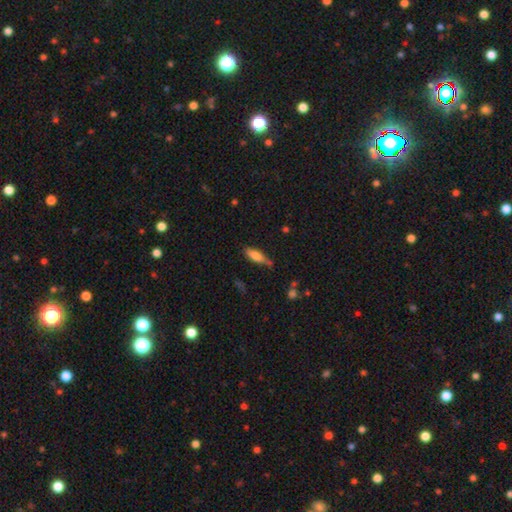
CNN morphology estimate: The model was most divided on "how rounded" (2-way tie): cigar-shaped: 49%, in between: 49%, round: 2%. More confident: smooth or featured — smooth (73%); merging — none (61%).